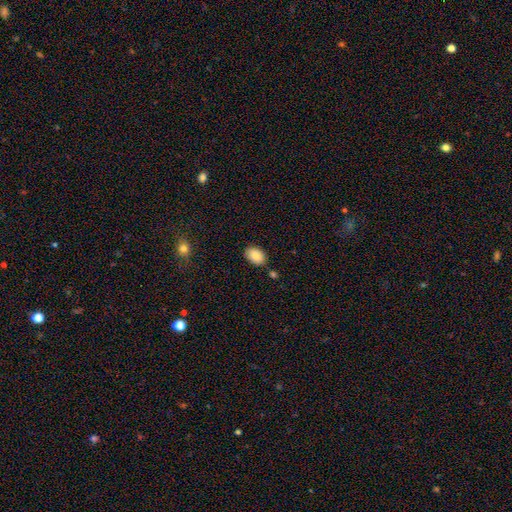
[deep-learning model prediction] smooth-or-featured: smooth: 86% | featured or disk: 7% | star or artifact: 7%
  how-rounded: in between: 86% | round: 13% | cigar-shaped: 1%
  merging: none: 82% | minor disturbance: 12% | merger: 4% | major disturbance: 2%